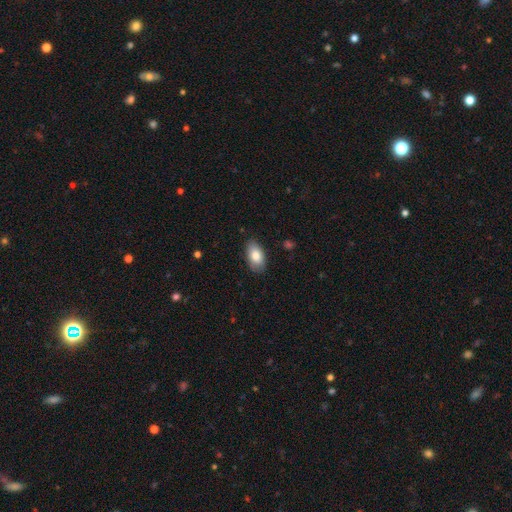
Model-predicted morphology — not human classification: smooth-or-featured: smooth: 80% | featured or disk: 13% | star or artifact: 7%
  how-rounded: in between: 93% | round: 5% | cigar-shaped: 2%
  merging: none: 83% | minor disturbance: 13% | major disturbance: 2% | merger: 1%